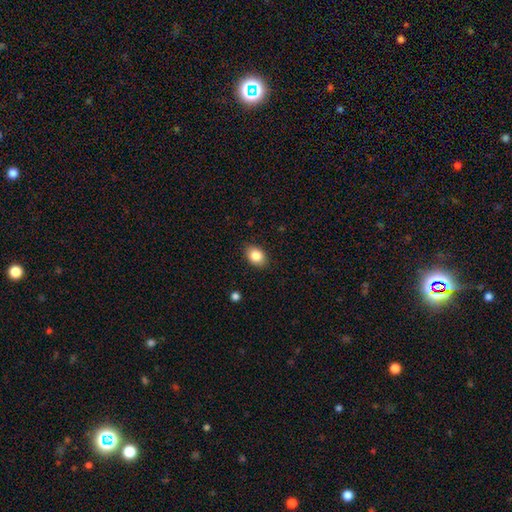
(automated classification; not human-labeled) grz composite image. It shows a smooth galaxy with no disk features (86%) that is in between round and cigar-shaped (74%). Merging: none (87%).